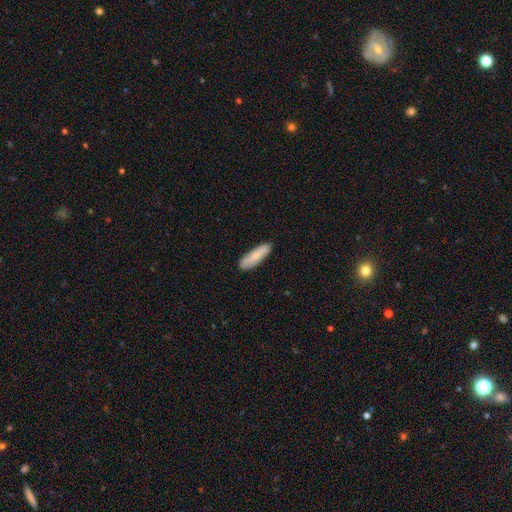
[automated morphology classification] A smooth galaxy with no disk features (77%) that is cigar-shaped (58%). Merging: none (85%).